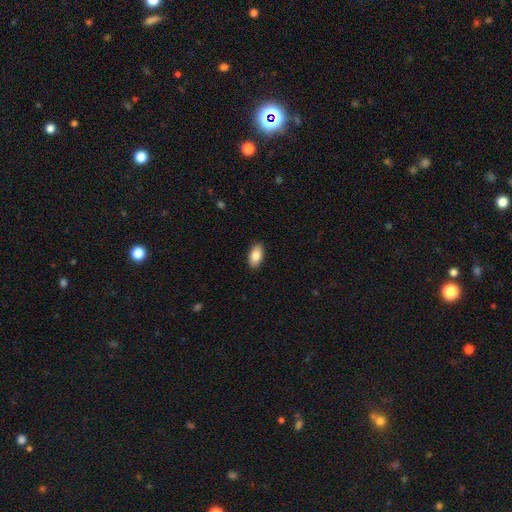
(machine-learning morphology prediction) Overall: smooth (84%). How rounded: in between (93%). Merging: none (89%).